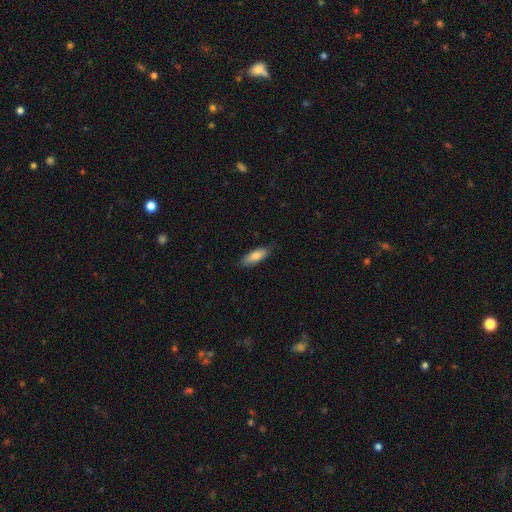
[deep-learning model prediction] A smooth galaxy with no disk features (79%) that is in between round and cigar-shaped (63%).

Vote fractions:
- Smooth or featured? smooth: 79% / featured or disk: 15% / star or artifact: 6%
- How rounded? in between: 63% / cigar-shaped: 35% / round: 2%
- Merging? none: 85% / minor disturbance: 12% / major disturbance: 2% / merger: 1%